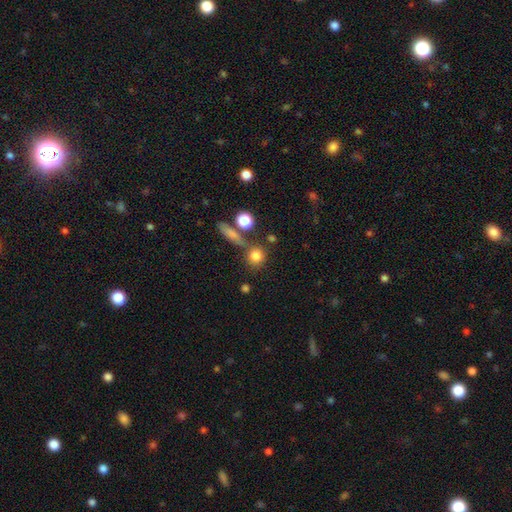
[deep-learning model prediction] Q: Smooth or featured?
A: smooth (80%); runner-up: star or artifact (12%)
Q: How rounded?
A: round (83%); runner-up: in between (13%)
Q: Merging?
A: none (68%); runner-up: merger (16%)